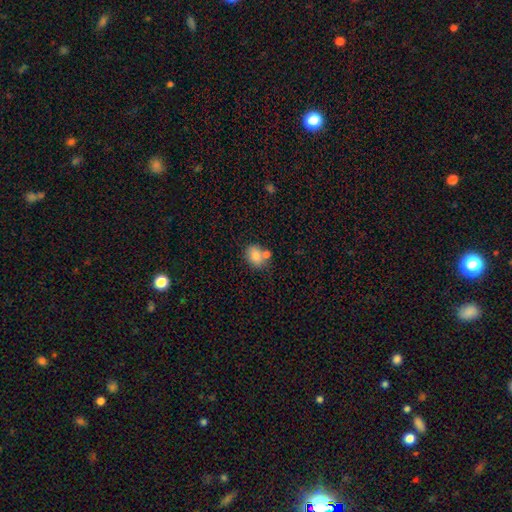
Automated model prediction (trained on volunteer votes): Q: Smooth or featured?
A: smooth (81%); runner-up: featured or disk (10%)
Q: How rounded?
A: in between (57%); runner-up: round (42%)
Q: Merging?
A: none (53%); runner-up: merger (29%)